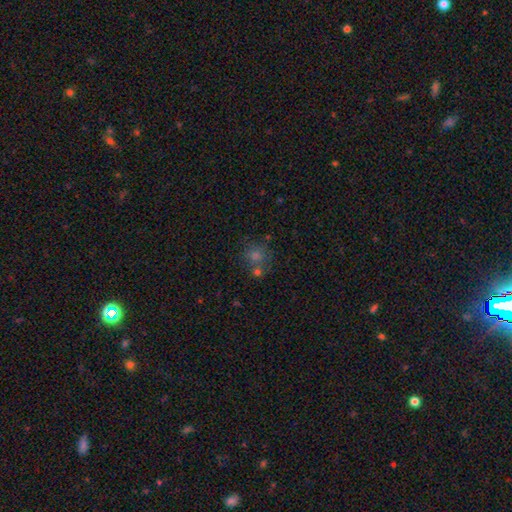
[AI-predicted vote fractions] A smooth galaxy with no disk features (57%) that is round (86%).

Vote fractions:
- Smooth or featured? smooth: 57% / star or artifact: 30% / featured or disk: 13%
- How rounded? round: 86% / in between: 13% / cigar-shaped: 1%
- Merging? none: 64% / merger: 21% / minor disturbance: 10% / major disturbance: 5%